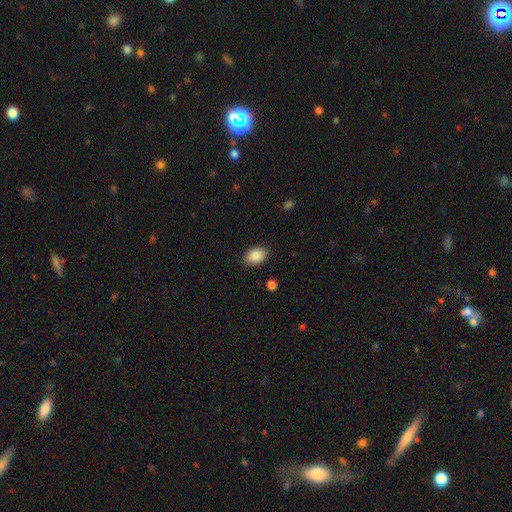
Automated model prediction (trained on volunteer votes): Smooth or featured? smooth (89%)
How rounded? in between (85%)
Merging? none (87%)